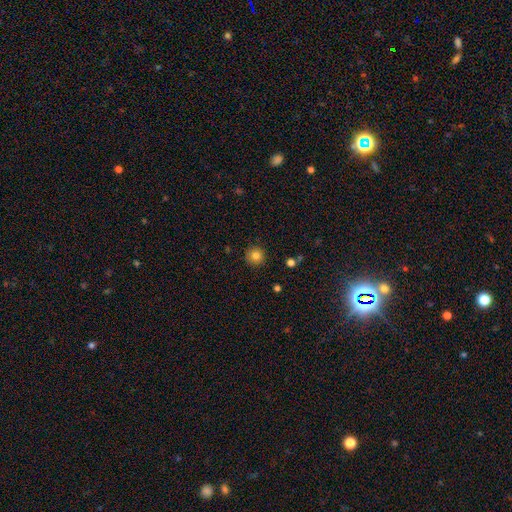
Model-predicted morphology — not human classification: smooth-or-featured: smooth: 83% | star or artifact: 11% | featured or disk: 6%
  how-rounded: round: 95% | in between: 4% | cigar-shaped: 1%
  merging: none: 91% | minor disturbance: 6% | major disturbance: 2% | merger: 1%